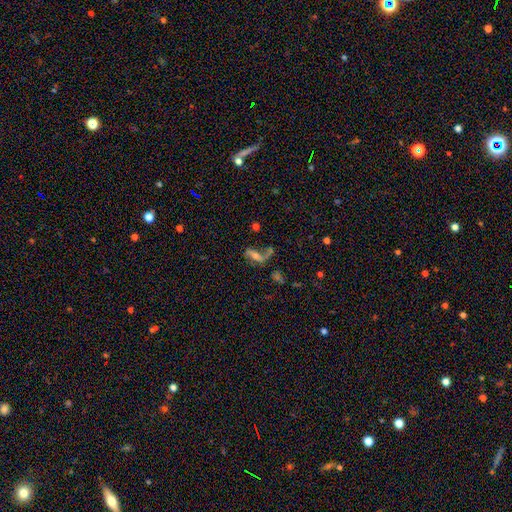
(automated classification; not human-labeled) Q: Smooth or featured?
A: featured or disk (59%); runner-up: smooth (26%)
Q: Edge-on disk?
A: no (84%); runner-up: yes (16%)
Q: Merging?
A: none (37%); runner-up: major disturbance (28%)